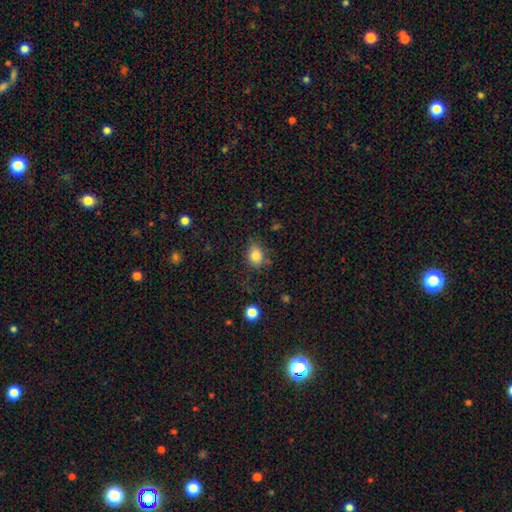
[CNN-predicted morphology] Overall: smooth (82%). How rounded: in between (51%; round 48%). Merging: none (72%).